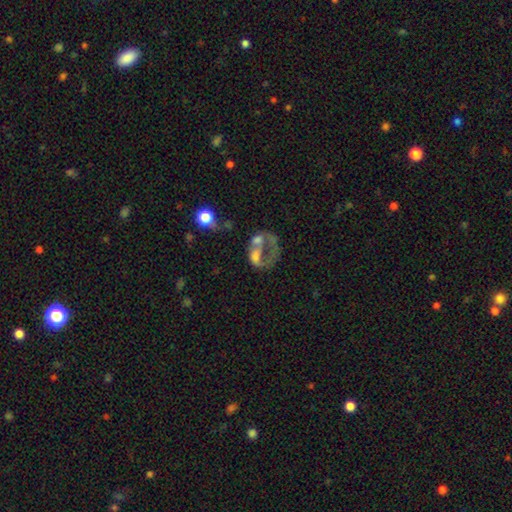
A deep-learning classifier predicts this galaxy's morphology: Q: Smooth or featured?
A: featured or disk (56%); runner-up: smooth (30%)
Q: Edge-on disk?
A: no (98%); runner-up: yes (2%)
Q: Bar?
A: no (87%); runner-up: weak (9%)
Q: Spiral arms?
A: no (78%); runner-up: yes (22%)
Q: Bulge size?
A: none (55%); runner-up: moderate (20%)
Q: Merging?
A: major disturbance (38%); runner-up: merger (32%)